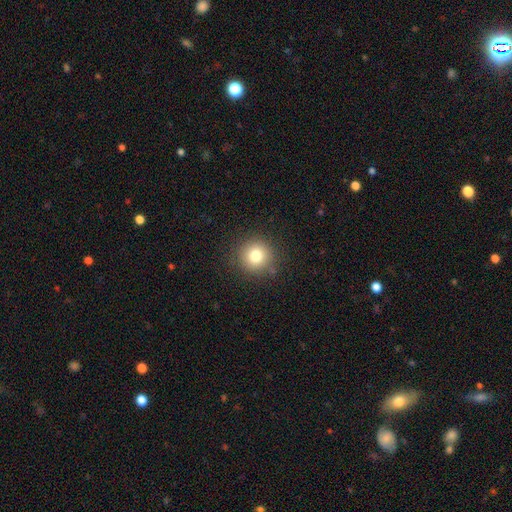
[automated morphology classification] Smooth or featured: smooth — 79% (star or artifact — 13%)
How rounded: round — 94% (in between — 5%)
Merging: none — 88% (minor disturbance — 8%)